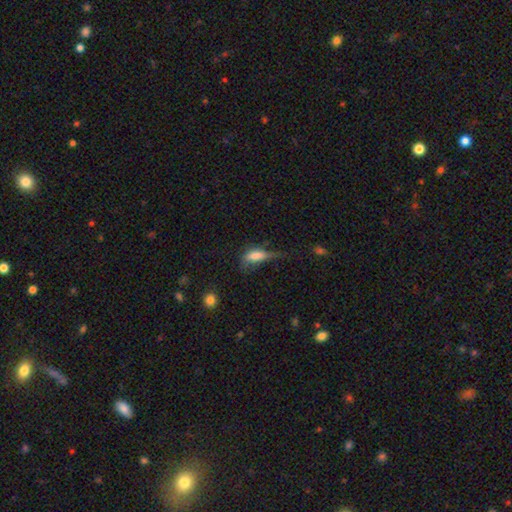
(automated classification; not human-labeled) A smooth galaxy with no disk features (65%) that is in between round and cigar-shaped (64%). Merging: major disturbance (38%).